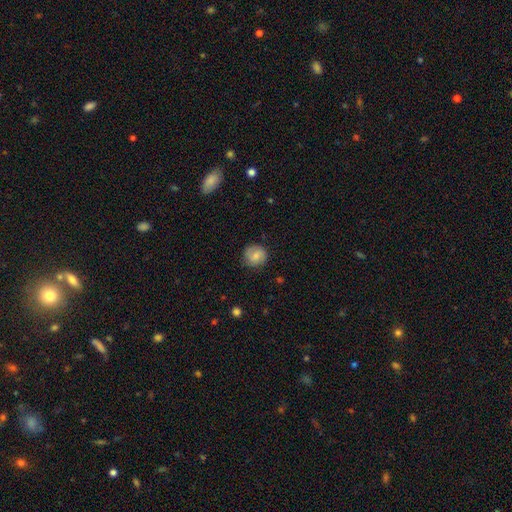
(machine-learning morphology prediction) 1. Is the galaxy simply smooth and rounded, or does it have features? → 76% smooth, 17% featured or disk, 7% star or artifact.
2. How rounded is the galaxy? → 89% round, 10% in between, 1% cigar-shaped.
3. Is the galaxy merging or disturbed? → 81% none, 15% minor disturbance, 3% major disturbance, 1% merger.